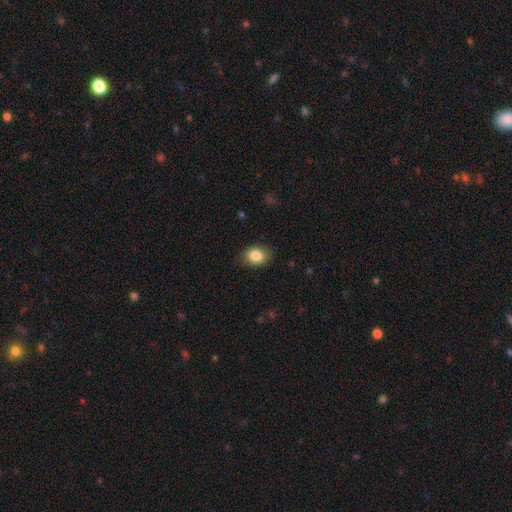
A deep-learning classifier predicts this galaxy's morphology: This is clearly a smooth galaxy (86%). How rounded: likely in between (66%). Merging: clearly none (85%).